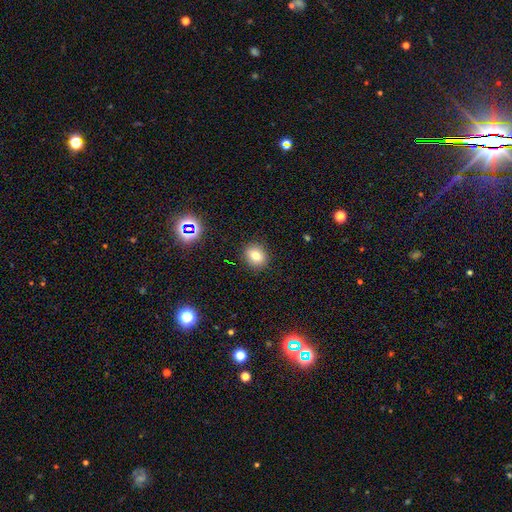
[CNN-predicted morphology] This is likely a smooth galaxy (78%). How rounded: likely round (66%). Merging: clearly none (88%).